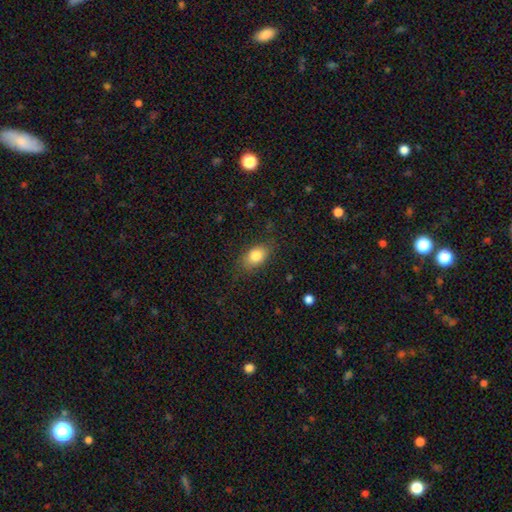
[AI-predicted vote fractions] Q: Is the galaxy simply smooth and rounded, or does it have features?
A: smooth — 82%.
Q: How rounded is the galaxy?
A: in between — 84%.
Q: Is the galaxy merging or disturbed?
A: none — 78%.